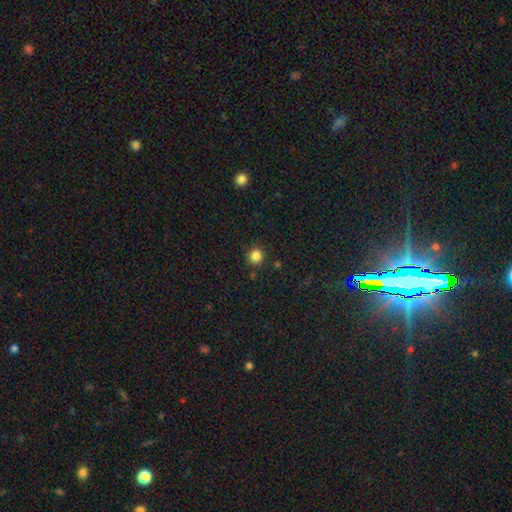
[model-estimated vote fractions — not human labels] Morphology: type=smooth (84%); roundness=round (92%); merging=none (89%).